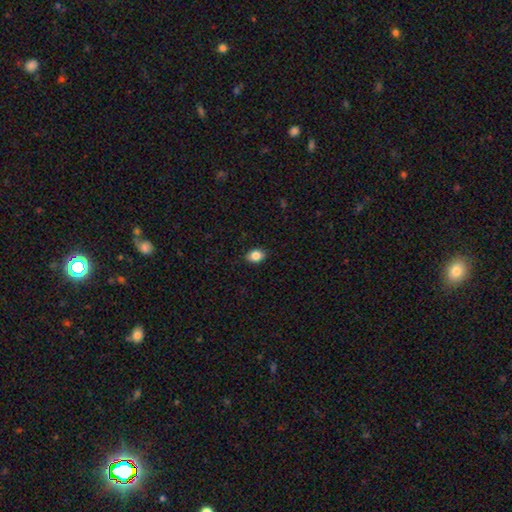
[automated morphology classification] Smooth or featured? smooth (84%)
How rounded? in between (73%)
Merging? none (88%)